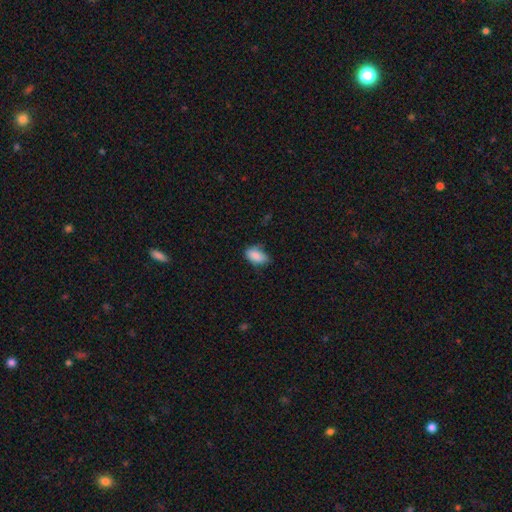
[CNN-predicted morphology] Smooth or featured? Predicted: smooth (p=0.87). How rounded? Predicted: in between (p=0.91). Merging? Predicted: none (p=0.59).